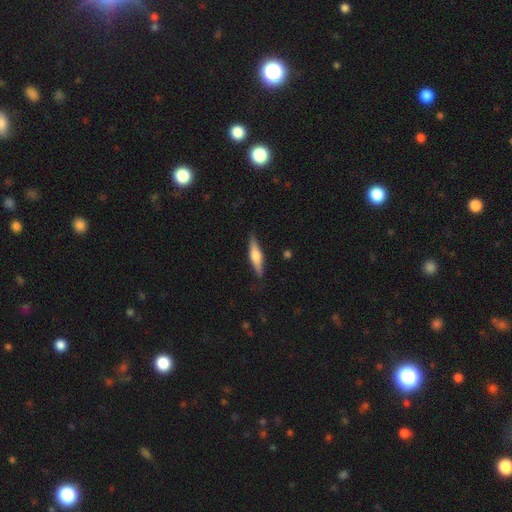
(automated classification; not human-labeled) smooth-or-featured: featured or disk: 51% | smooth: 43% | star or artifact: 6%
  disk-edge-on: yes: 95% | no: 5%
  merging: none: 87% | minor disturbance: 10% | major disturbance: 2% | merger: 1%